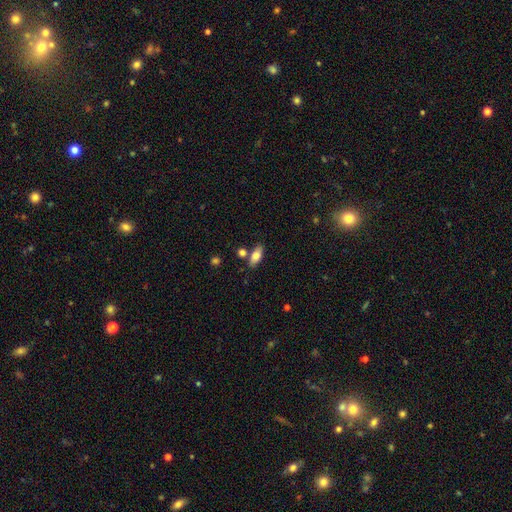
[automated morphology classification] This is likely a smooth galaxy (76%). How rounded: clearly in between (83%). Merging: likely none (76%).